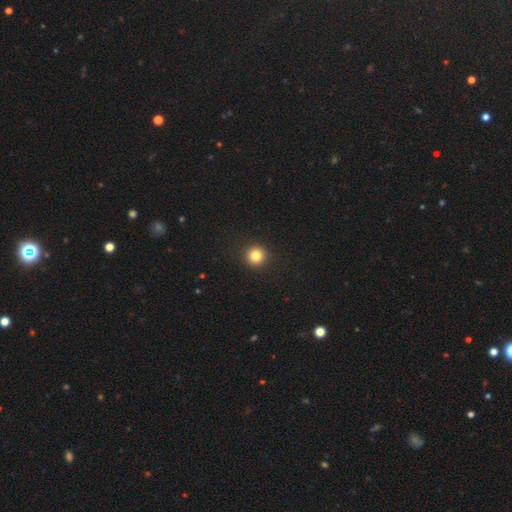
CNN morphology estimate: This is clearly a smooth galaxy (83%). How rounded: clearly round (95%). Merging: clearly none (93%).